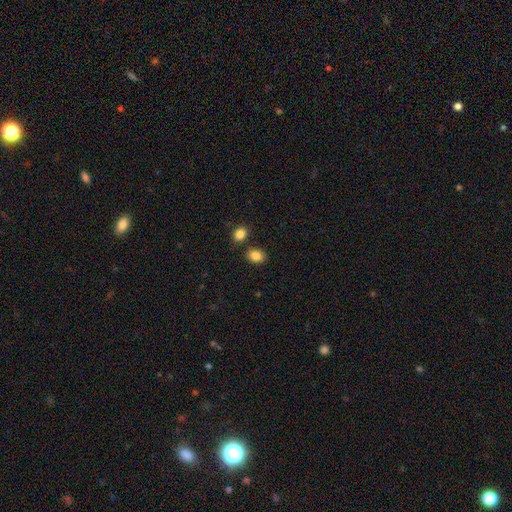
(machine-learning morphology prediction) smooth_or_featured: smooth (p=0.86) [alt: star or artifact p=0.09]
how_rounded: in between (p=0.64) [alt: round p=0.35]
merging: none (p=0.79) [alt: minor disturbance p=0.10]